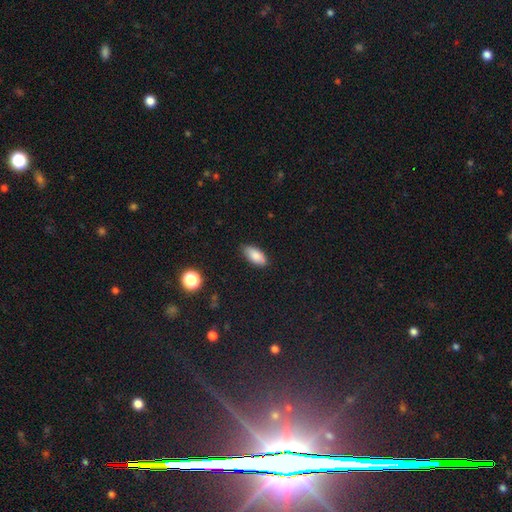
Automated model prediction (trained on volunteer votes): The model was most divided on "merging": none: 81%, minor disturbance: 15%, major disturbance: 3%, merger: 1%. More confident: how rounded — in between (89%); smooth or featured — smooth (84%).